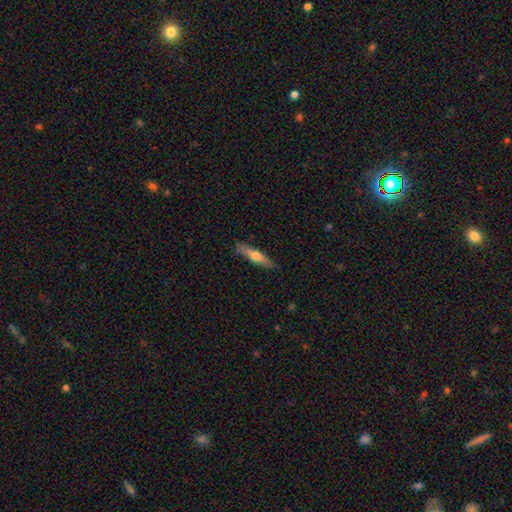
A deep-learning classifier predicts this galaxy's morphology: smooth 53%, featured or disk 42%, star or artifact 5%. Down the decision tree: how rounded — cigar-shaped (81%); merging — none (84%).